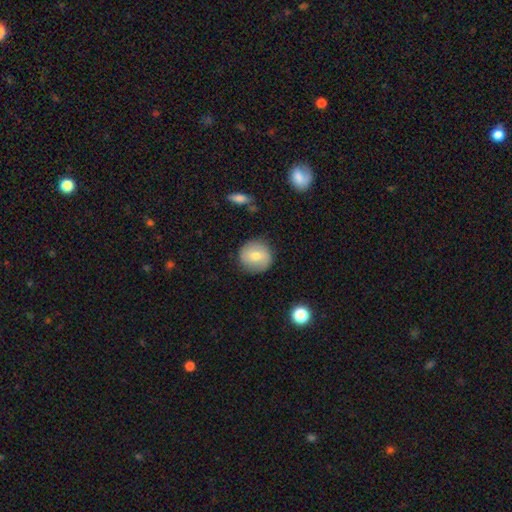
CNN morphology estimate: Smooth or featured?
  - smooth: 70% *
  - featured or disk: 22%
  - star or artifact: 8%
How rounded?
  - round: 92% *
  - in between: 7%
  - cigar-shaped: 1%
Merging?
  - none: 87% *
  - minor disturbance: 9%
  - major disturbance: 3%
  - merger: 1%